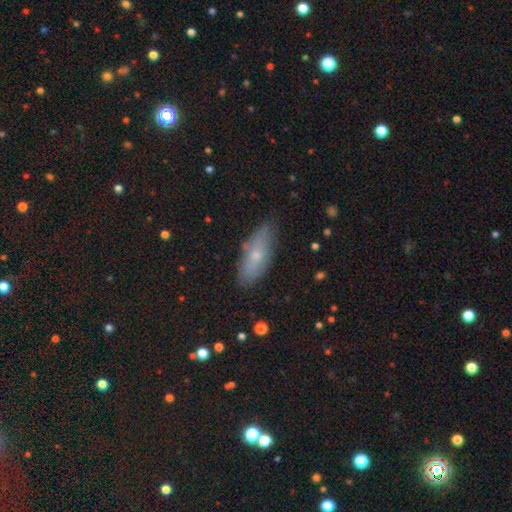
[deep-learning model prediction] This is likely a smooth galaxy (61%). How rounded: likely in between (73%). Merging: likely none (78%).